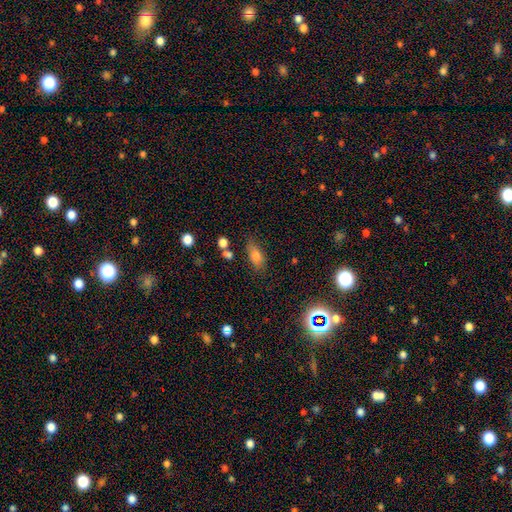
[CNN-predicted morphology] smooth 75%, star or artifact 14%, featured or disk 11%. Down the decision tree: how rounded — in between (83%); merging — none (71%).